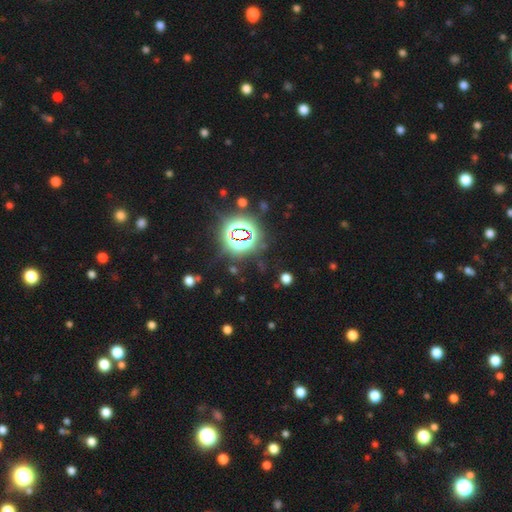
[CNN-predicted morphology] A star or artifact, not a galaxy (81%).